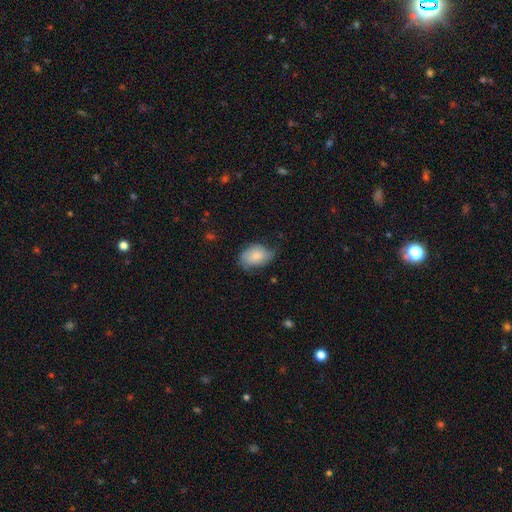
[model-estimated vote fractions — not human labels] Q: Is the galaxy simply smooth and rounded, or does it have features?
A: smooth — 78%.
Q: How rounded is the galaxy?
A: in between — 86%.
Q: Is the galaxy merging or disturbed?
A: none — 52%.